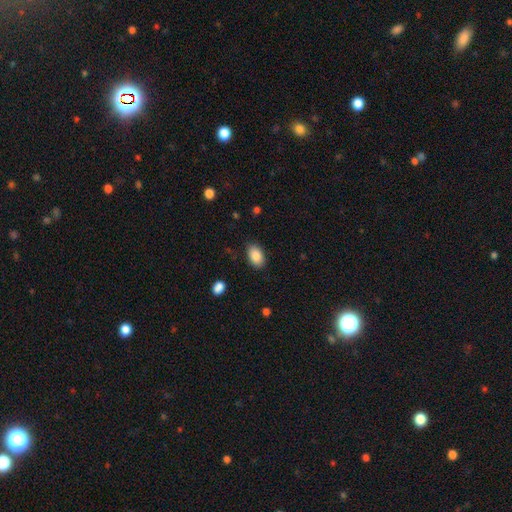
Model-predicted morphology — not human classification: Smooth or featured? smooth (86%)
How rounded? in between (91%)
Merging? none (86%)